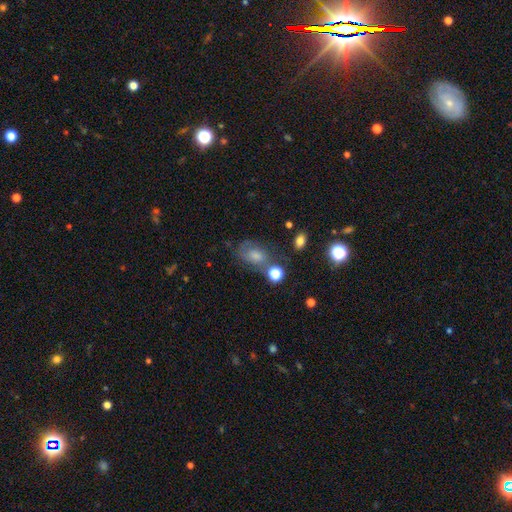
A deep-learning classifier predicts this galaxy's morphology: A smooth galaxy with no disk features (42%).

Vote fractions:
- Smooth or featured? smooth: 42% / featured or disk: 33% / star or artifact: 25%
- Merging? none: 58% / minor disturbance: 21% / major disturbance: 12% / merger: 9%